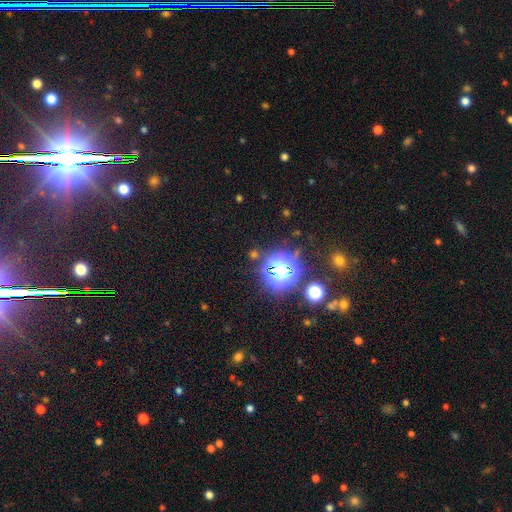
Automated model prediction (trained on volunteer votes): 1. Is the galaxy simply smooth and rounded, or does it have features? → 71% star or artifact, 20% smooth, 9% featured or disk.